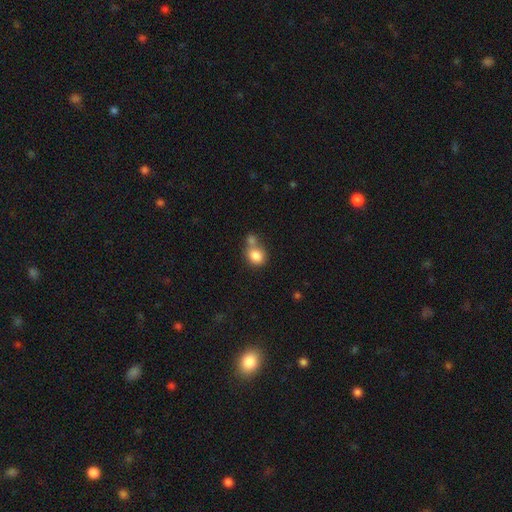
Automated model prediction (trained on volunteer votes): smooth-or-featured: smooth: 83% | star or artifact: 9% | featured or disk: 8%
  how-rounded: round: 65% | in between: 34% | cigar-shaped: 1%
  merging: merger: 44% | none: 41% | minor disturbance: 11% | major disturbance: 4%